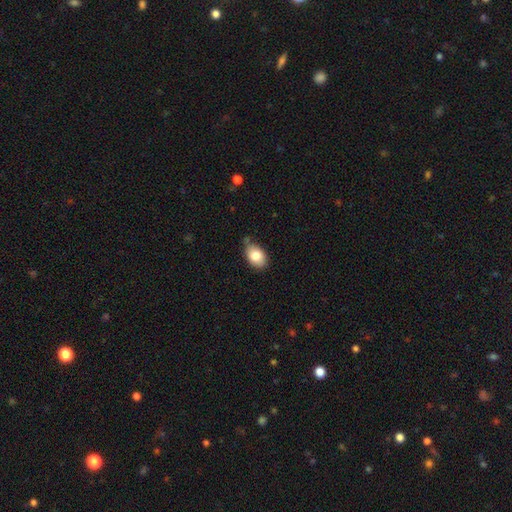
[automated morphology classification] smooth-or-featured: smooth: 82% | featured or disk: 11% | star or artifact: 8%
  how-rounded: in between: 84% | round: 15% | cigar-shaped: 1%
  merging: none: 64% | minor disturbance: 27% | major disturbance: 5% | merger: 4%